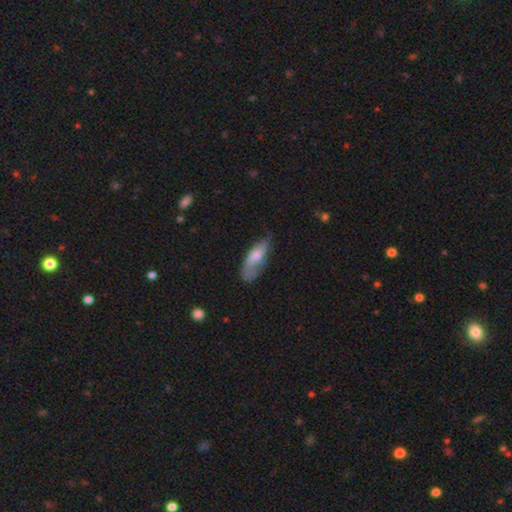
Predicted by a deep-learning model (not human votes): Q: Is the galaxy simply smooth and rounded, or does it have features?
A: smooth — 60%.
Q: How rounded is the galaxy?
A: in between — 71%.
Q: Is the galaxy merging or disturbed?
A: none — 44%.